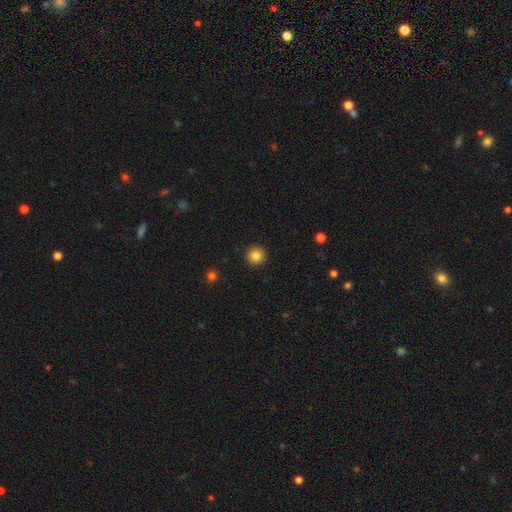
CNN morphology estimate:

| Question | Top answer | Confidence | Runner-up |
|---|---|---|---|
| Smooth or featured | smooth | 84% | star or artifact (11%) |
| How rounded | round | 95% | in between (4%) |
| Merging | none | 92% | minor disturbance (5%) |